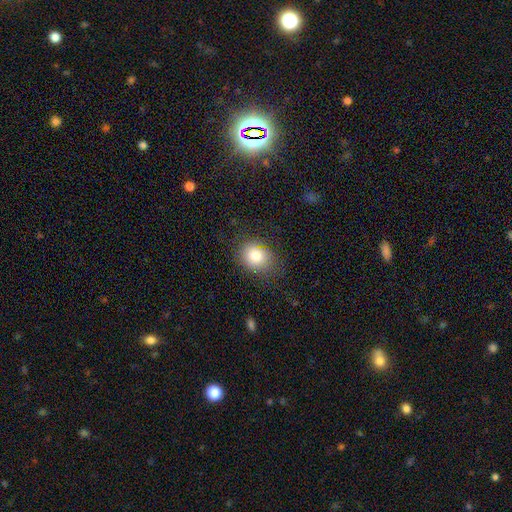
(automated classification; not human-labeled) A smooth galaxy with no disk features (79%) that is round (63%). Merging: none (78%).